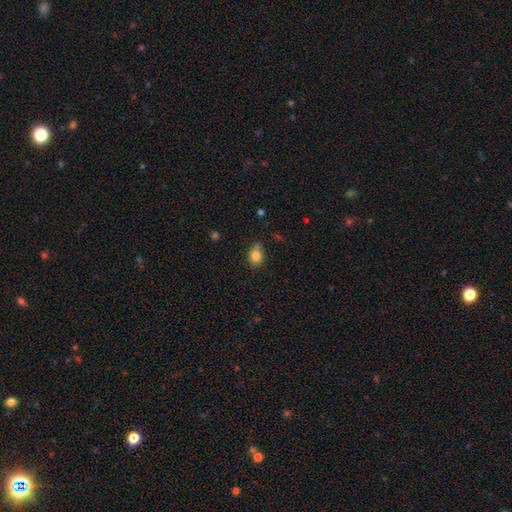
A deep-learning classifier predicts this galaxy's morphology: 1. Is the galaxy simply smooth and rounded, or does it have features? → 83% smooth, 10% star or artifact, 7% featured or disk.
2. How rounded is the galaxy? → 54% in between, 45% round, 1% cigar-shaped.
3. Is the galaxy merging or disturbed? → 62% none, 27% minor disturbance, 5% major disturbance, 5% merger.